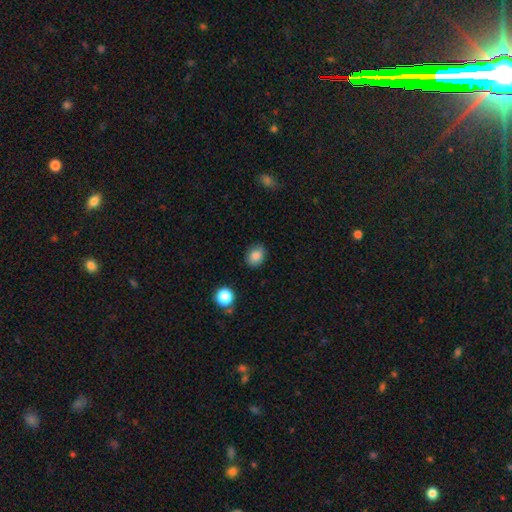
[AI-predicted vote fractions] Smooth or featured? smooth (85%)
How rounded? round (50%)
Merging? none (81%)